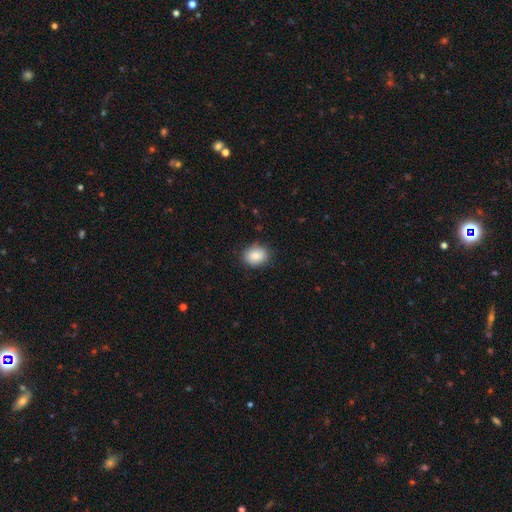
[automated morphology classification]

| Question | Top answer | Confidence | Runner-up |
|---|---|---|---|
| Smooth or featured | smooth | 88% | star or artifact (7%) |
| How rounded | in between | 56% | round (43%) |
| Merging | none | 84% | minor disturbance (12%) |